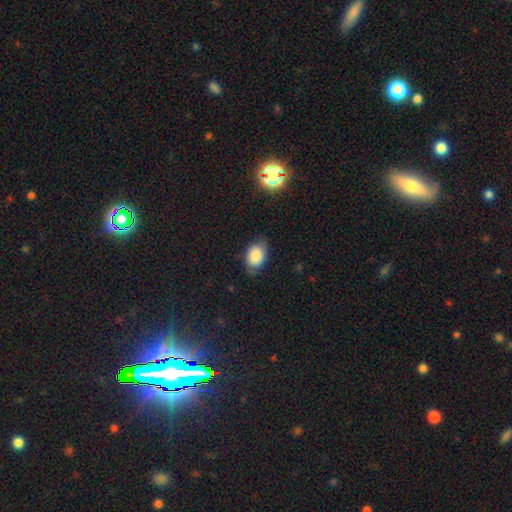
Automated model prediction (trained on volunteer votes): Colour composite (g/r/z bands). It shows a smooth galaxy with no disk features (83%) that is in between round and cigar-shaped (83%). Merging: none (72%).